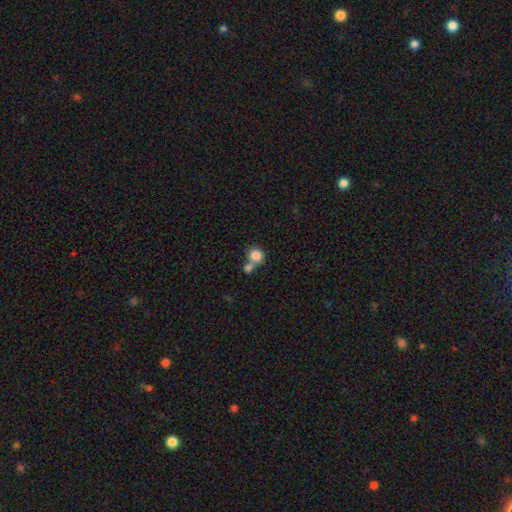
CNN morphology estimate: smooth-or-featured: smooth: 83% | star or artifact: 9% | featured or disk: 8%
  how-rounded: round: 77% | in between: 21% | cigar-shaped: 1%
  merging: merger: 51% | none: 38% | minor disturbance: 8% | major disturbance: 4%